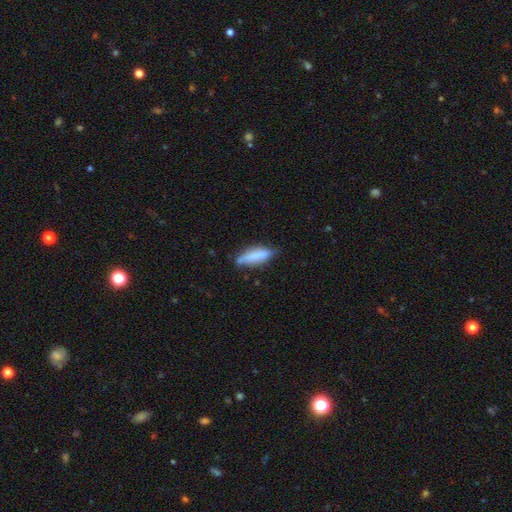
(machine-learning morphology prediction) A smooth galaxy with no disk features (75%) that is cigar-shaped (63%).

Vote fractions:
- Smooth or featured? smooth: 75% / featured or disk: 18% / star or artifact: 6%
- How rounded? cigar-shaped: 63% / in between: 36% / round: 2%
- Merging? none: 65% / minor disturbance: 27% / major disturbance: 5% / merger: 3%